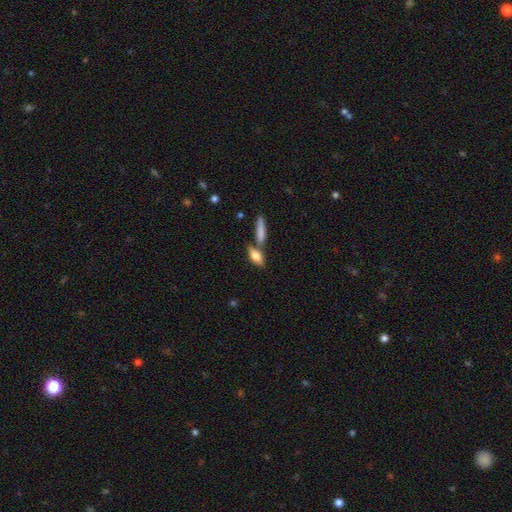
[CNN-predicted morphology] smooth_or_featured: smooth (p=0.72) [alt: featured or disk p=0.20]
how_rounded: in between (p=0.68) [alt: cigar-shaped p=0.27]
merging: none (p=0.57) [alt: merger p=0.27]